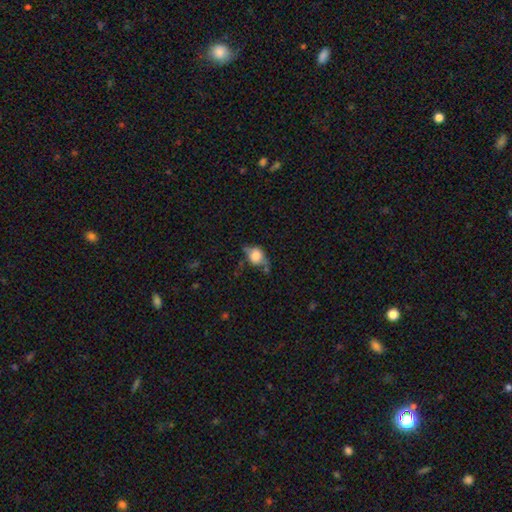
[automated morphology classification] A smooth galaxy with no disk features (67%) that is round (50%).

Vote fractions:
- Smooth or featured? smooth: 67% / featured or disk: 24% / star or artifact: 9%
- How rounded? round: 50% / in between: 47% / cigar-shaped: 2%
- Merging? none: 48% / minor disturbance: 31% / major disturbance: 13% / merger: 9%